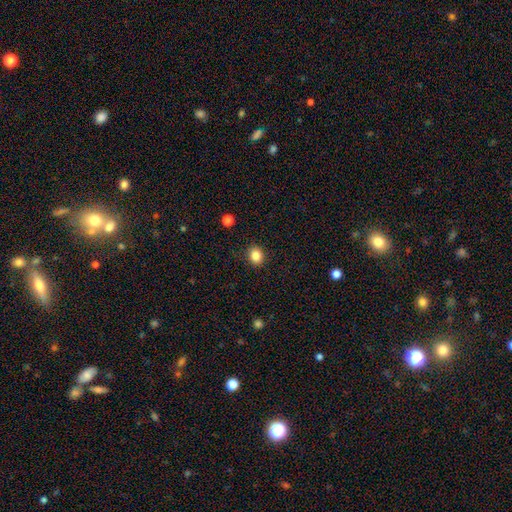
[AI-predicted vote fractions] Smooth or featured? smooth (85%)
How rounded? round (70%)
Merging? none (90%)